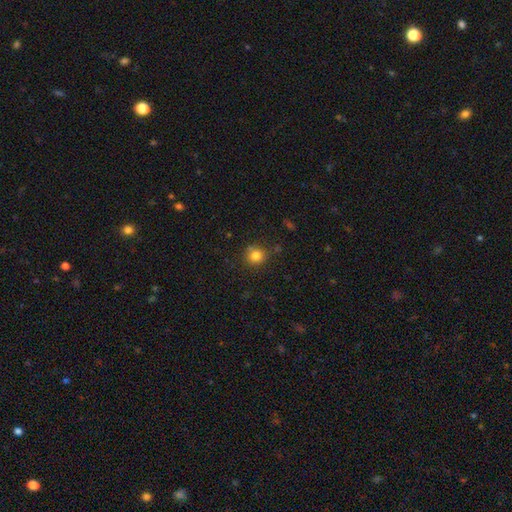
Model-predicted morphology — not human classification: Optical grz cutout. It shows a smooth galaxy with no disk features (81%) that is round (88%). Merging: none (78%).